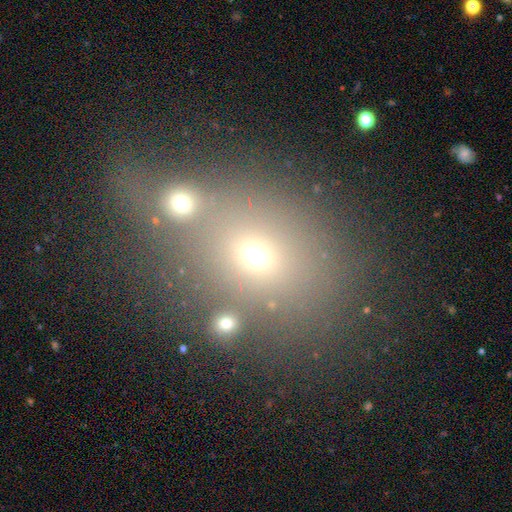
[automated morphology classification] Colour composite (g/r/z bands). It shows a smooth galaxy with no disk features (68%) that is round (59%). Merging: none (51%).